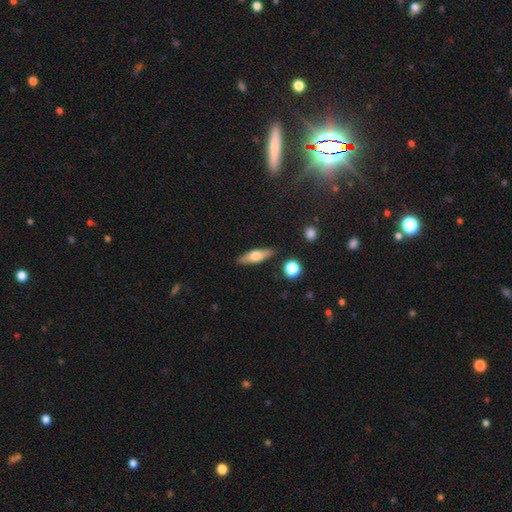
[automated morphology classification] Smooth or featured: smooth — 50% (featured or disk — 43%)
How rounded: cigar-shaped — 52% (in between — 44%)
Merging: none — 85% (minor disturbance — 10%)